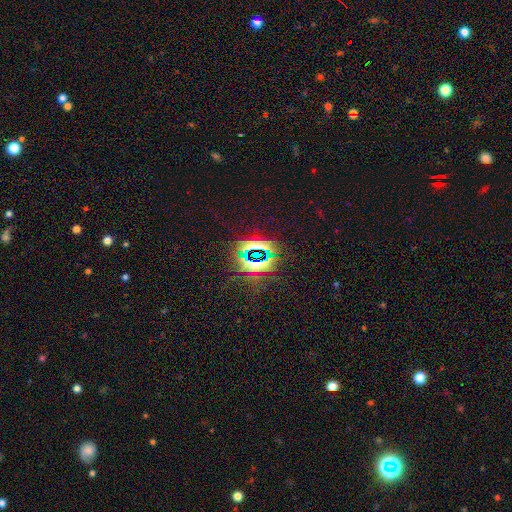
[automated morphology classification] A star or artifact, not a galaxy (74%).

Vote fractions:
- Smooth or featured? star or artifact: 74% / smooth: 16% / featured or disk: 10%